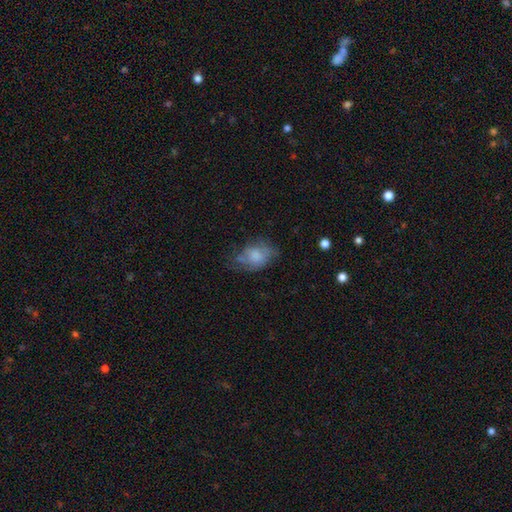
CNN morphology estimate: smooth_or_featured: smooth (p=0.61) [alt: featured or disk p=0.30]
how_rounded: in between (p=0.74) [alt: round p=0.25]
merging: none (p=0.41) [alt: minor disturbance p=0.32]